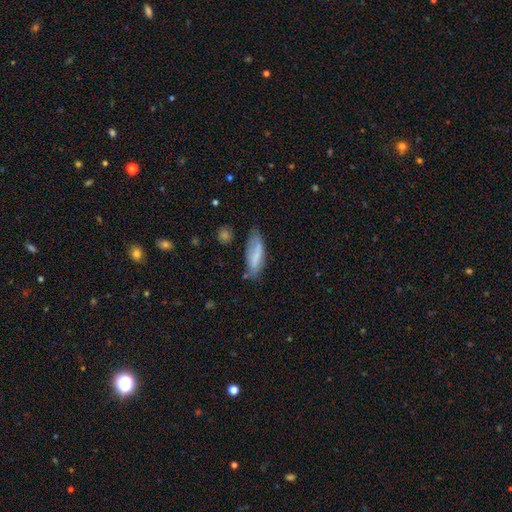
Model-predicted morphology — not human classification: smooth-or-featured: smooth: 70% | featured or disk: 23% | star or artifact: 7%
  how-rounded: in between: 51% | cigar-shaped: 47% | round: 2%
  merging: none: 61% | minor disturbance: 27% | major disturbance: 8% | merger: 3%